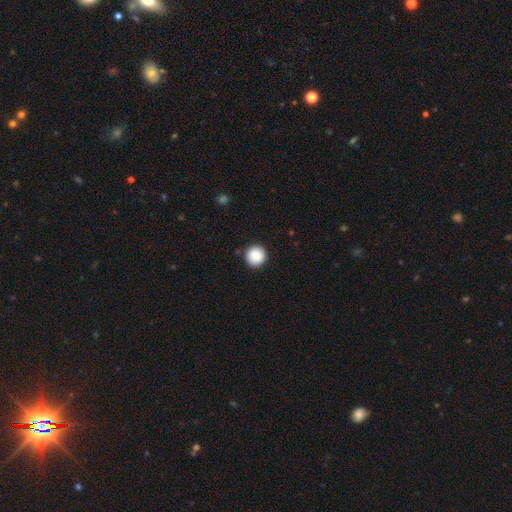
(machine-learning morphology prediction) Q: Smooth or featured?
A: smooth (89%); runner-up: star or artifact (8%)
Q: How rounded?
A: round (96%); runner-up: in between (3%)
Q: Merging?
A: none (92%); runner-up: minor disturbance (6%)